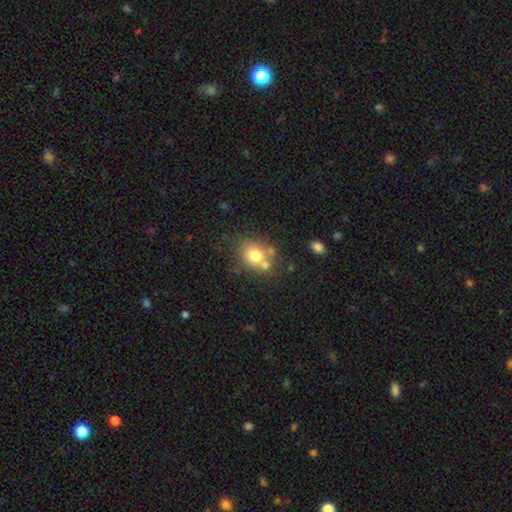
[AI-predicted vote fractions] Smooth or featured? smooth (74%)
How rounded? round (64%)
Merging? none (56%)